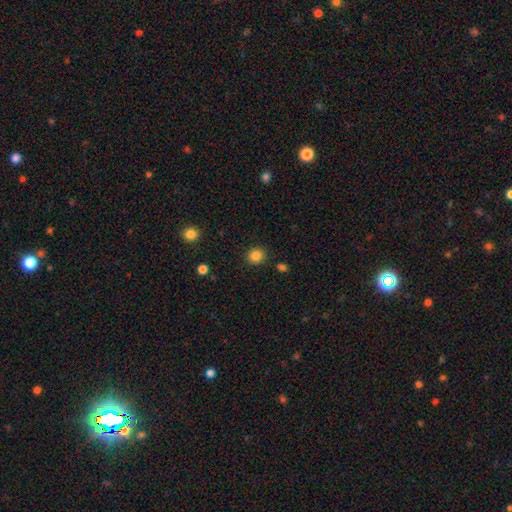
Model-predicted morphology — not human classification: smooth 85%, star or artifact 11%, featured or disk 4%. Down the decision tree: how rounded — round (86%); merging — none (89%).